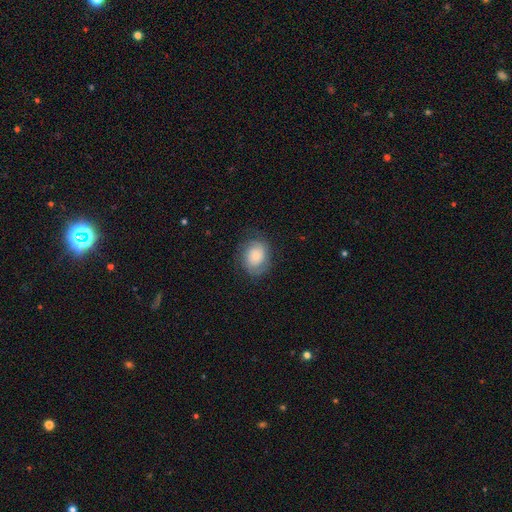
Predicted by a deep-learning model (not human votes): A smooth galaxy with no disk features (59%) that is round (51%).

Vote fractions:
- Smooth or featured? smooth: 59% / featured or disk: 33% / star or artifact: 8%
- How rounded? round: 51% / in between: 48% / cigar-shaped: 1%
- Merging? none: 74% / minor disturbance: 17% / major disturbance: 8% / merger: 1%